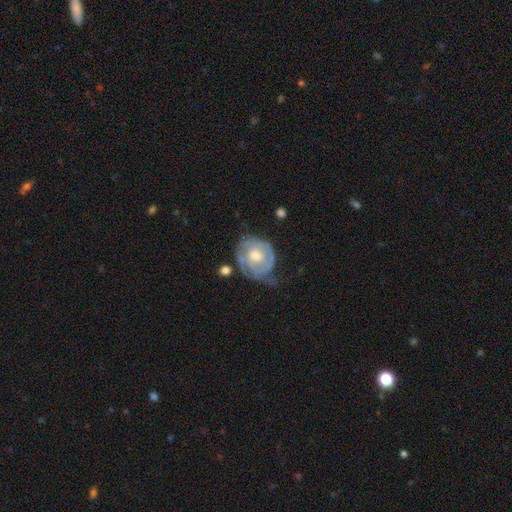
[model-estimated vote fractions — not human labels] A featured or disk galaxy (81%) with no bar (64%), 2 (47%) tight (68%) spiral arms (91%) and a moderate central bulge (64%).

Vote fractions:
- Smooth or featured? featured or disk: 81% / smooth: 14% / star or artifact: 5%
- Edge-on disk? no: 97% / yes: 3%
- Bar? no: 64% / weak: 30% / strong: 6%
- Spiral arms? yes: 91% / no: 9%
- Spiral winding? tight: 68% / medium: 25% / loose: 7%
- Spiral arm count? 2: 47% / can't tell: 26% / 3: 12% / 1: 9% / 4: 3% / more than 4: 3%
- Bulge size? moderate: 64% / small: 25% / large: 8% / none: 2% / dominant: 1%
- Merging? none: 52% / minor disturbance: 28% / major disturbance: 15% / merger: 4%